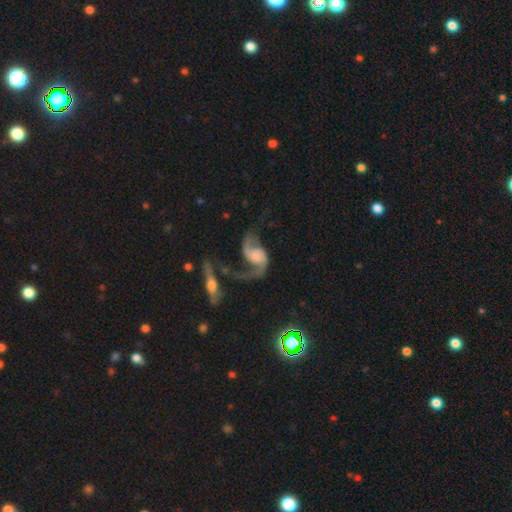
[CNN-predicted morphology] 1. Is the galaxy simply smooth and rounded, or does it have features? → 88% featured or disk, 7% smooth, 5% star or artifact.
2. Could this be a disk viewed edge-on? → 97% no, 3% yes.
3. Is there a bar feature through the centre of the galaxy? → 61% no, 31% weak, 7% strong.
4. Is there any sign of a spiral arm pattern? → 96% yes, 4% no.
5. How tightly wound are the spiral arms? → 59% loose, 33% medium, 8% tight.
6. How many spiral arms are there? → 88% 2, 6% 1, 2% can't tell, 1% 3, 1% 4, 1% more than 4.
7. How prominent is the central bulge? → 35% small, 30% moderate, 20% none, 13% large, 3% dominant.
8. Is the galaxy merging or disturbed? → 37% none, 24% major disturbance, 20% merger, 18% minor disturbance.